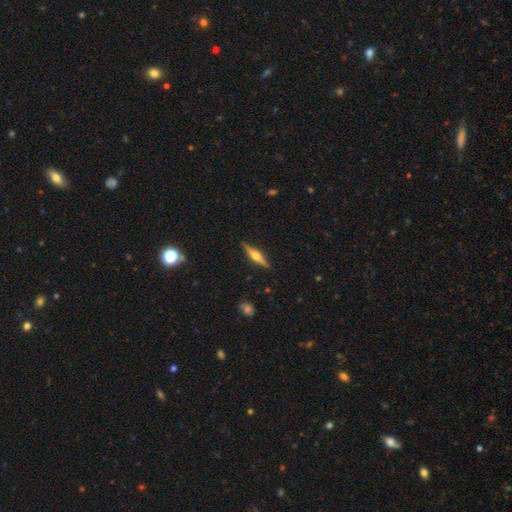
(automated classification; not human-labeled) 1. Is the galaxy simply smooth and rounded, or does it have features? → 74% featured or disk, 20% smooth, 5% star or artifact.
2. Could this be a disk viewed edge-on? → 98% yes, 2% no.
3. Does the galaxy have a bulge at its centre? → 94% rounded, 4% boxy, 2% none.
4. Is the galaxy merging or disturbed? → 90% none, 7% minor disturbance, 1% major disturbance, 1% merger.